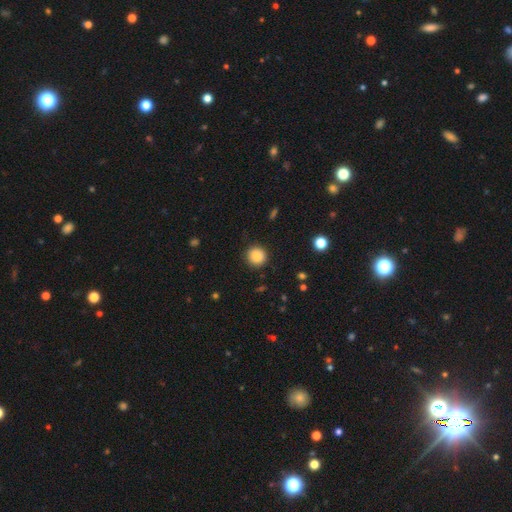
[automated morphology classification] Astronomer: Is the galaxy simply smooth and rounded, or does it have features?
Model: smooth — 88%.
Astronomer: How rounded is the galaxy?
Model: round — 94%.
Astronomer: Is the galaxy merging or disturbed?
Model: none — 91%.